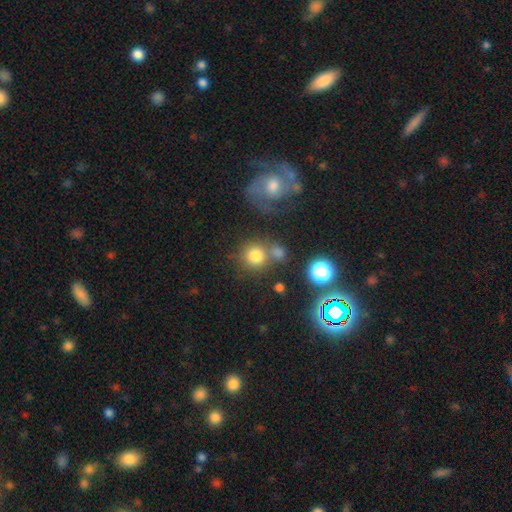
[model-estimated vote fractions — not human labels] A smooth galaxy with no disk features (77%) that is round (87%).

Vote fractions:
- Smooth or featured? smooth: 77% / star or artifact: 14% / featured or disk: 9%
- How rounded? round: 87% / in between: 11% / cigar-shaped: 1%
- Merging? none: 57% / merger: 25% / minor disturbance: 11% / major disturbance: 7%